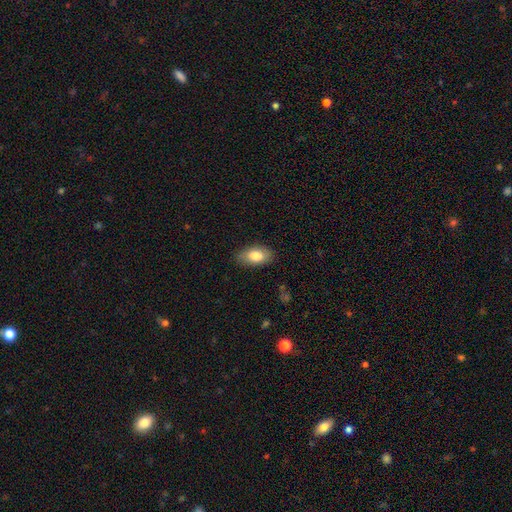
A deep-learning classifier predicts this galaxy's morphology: smooth 82%, featured or disk 12%, star or artifact 7%. Down the decision tree: how rounded — in between (92%); merging — none (84%).